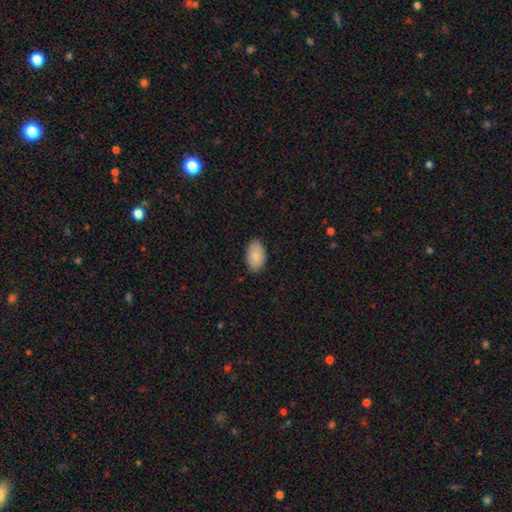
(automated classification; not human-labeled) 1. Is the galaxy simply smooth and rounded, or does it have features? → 84% smooth, 9% featured or disk, 6% star or artifact.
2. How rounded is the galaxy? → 93% in between, 6% round, 1% cigar-shaped.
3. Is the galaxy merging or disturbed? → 86% none, 11% minor disturbance, 2% major disturbance, 1% merger.